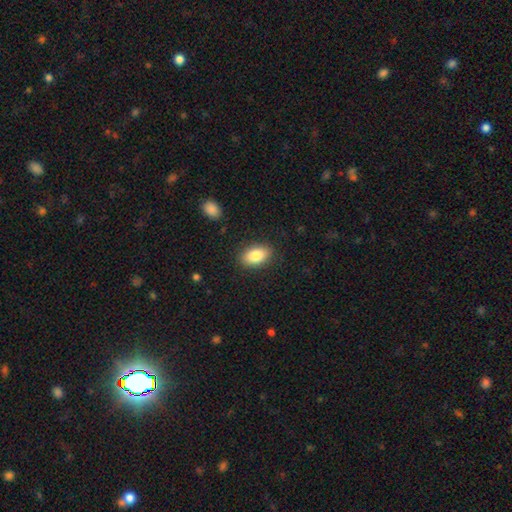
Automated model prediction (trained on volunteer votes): Q: Smooth or featured?
A: smooth (85%); runner-up: featured or disk (8%)
Q: How rounded?
A: in between (92%); runner-up: round (6%)
Q: Merging?
A: none (87%); runner-up: minor disturbance (9%)